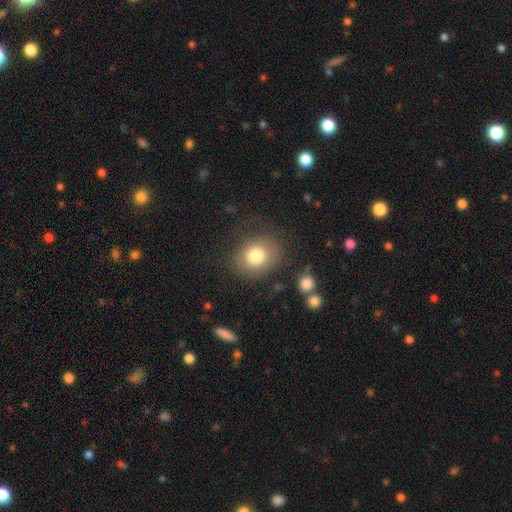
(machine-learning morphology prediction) A smooth galaxy with no disk features (77%) that is round (65%). Merging: none (68%).